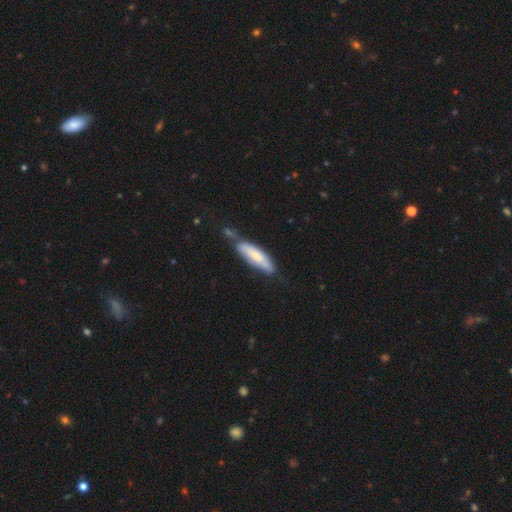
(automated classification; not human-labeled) This appears to be a smooth galaxy with no disk features (55%) that is cigar-shaped (59%). Merging: none (53%).